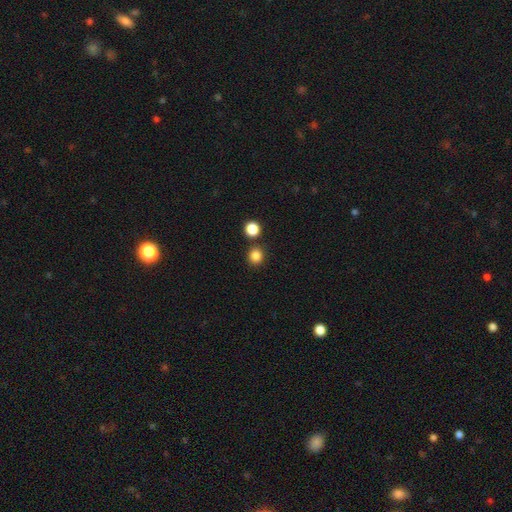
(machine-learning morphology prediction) This is clearly a smooth galaxy (85%). How rounded: clearly round (87%). Merging: clearly none (84%).